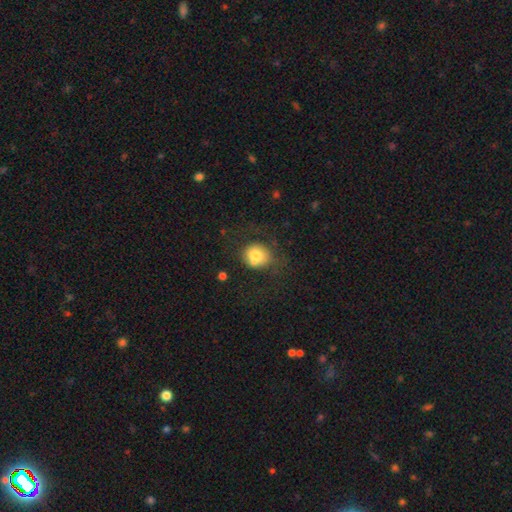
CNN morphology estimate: Overall: smooth (75%). How rounded: round (77%). Merging: none (56%; minor disturbance 21%).